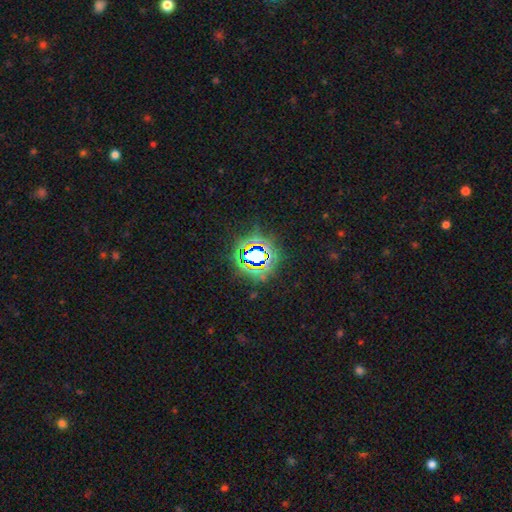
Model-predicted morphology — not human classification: Overall: star or artifact (71%).